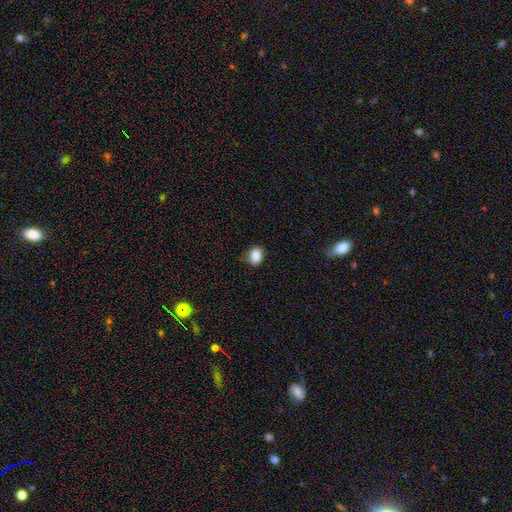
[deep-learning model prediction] Morphology: type=smooth (85%); roundness=round (58%); merging=none (78%).